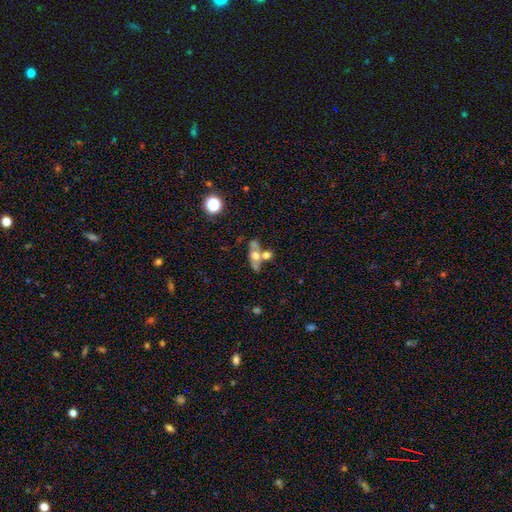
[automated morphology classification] A featured or disk galaxy (49%).

Vote fractions:
- Smooth or featured? featured or disk: 49% / smooth: 40% / star or artifact: 10%
- Merging? none: 43% / merger: 37% / minor disturbance: 13% / major disturbance: 7%